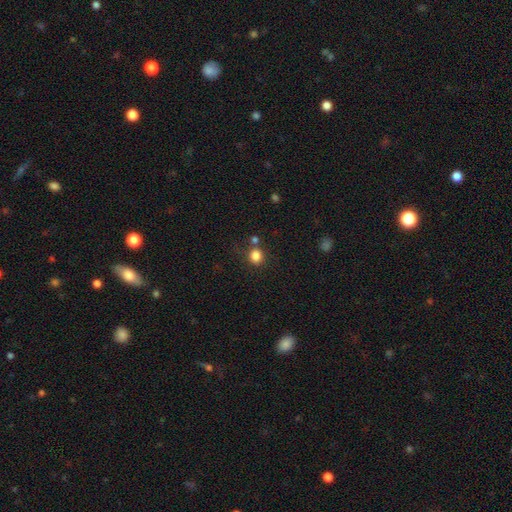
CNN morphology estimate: Overall: smooth (83%). How rounded: round (77%). Merging: none (72%).